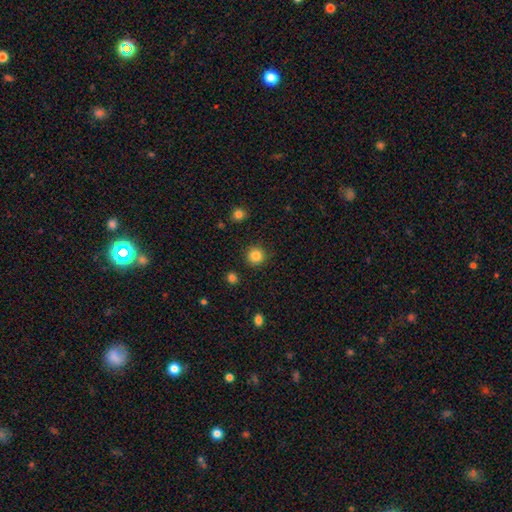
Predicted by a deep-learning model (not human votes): Smooth or featured? smooth (85%)
How rounded? round (95%)
Merging? none (91%)